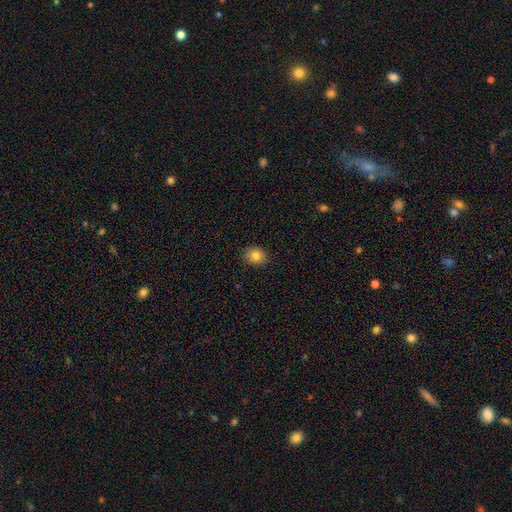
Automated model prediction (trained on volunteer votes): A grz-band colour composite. It shows a smooth galaxy with no disk features (81%) that is round (67%). Merging: none (89%).